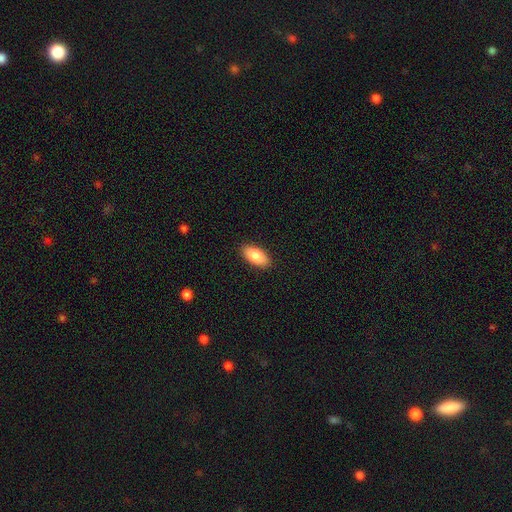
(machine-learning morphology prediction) Smooth or featured? Predicted: smooth (p=0.85). How rounded? Predicted: in between (p=0.92). Merging? Predicted: none (p=0.90).